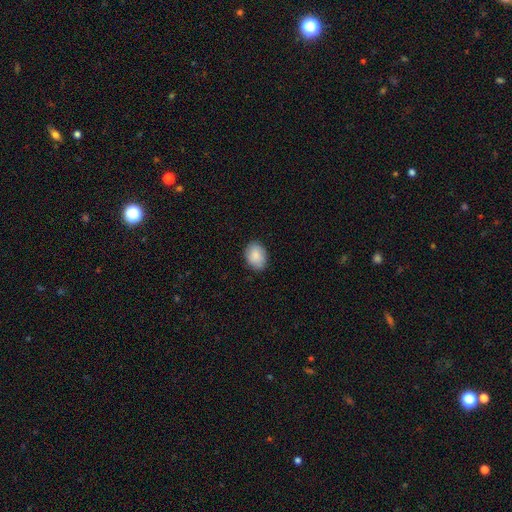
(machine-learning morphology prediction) smooth_or_featured: smooth (p=0.87) [alt: star or artifact p=0.07]
how_rounded: in between (p=0.69) [alt: round p=0.30]
merging: none (p=0.83) [alt: minor disturbance p=0.14]